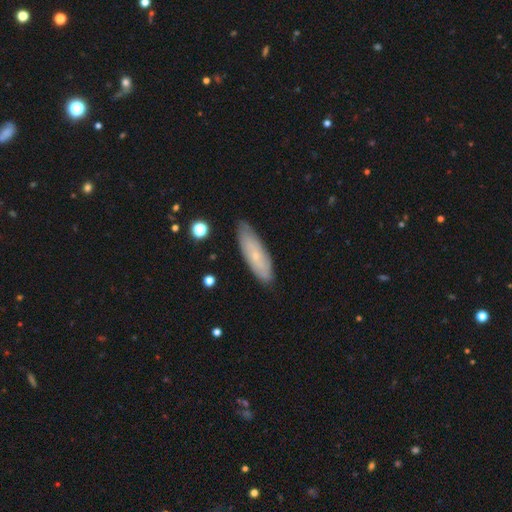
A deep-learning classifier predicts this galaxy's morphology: Smooth or featured? Predicted: smooth (p=0.54). How rounded? Predicted: in between (p=0.50). Merging? Predicted: none (p=0.82).